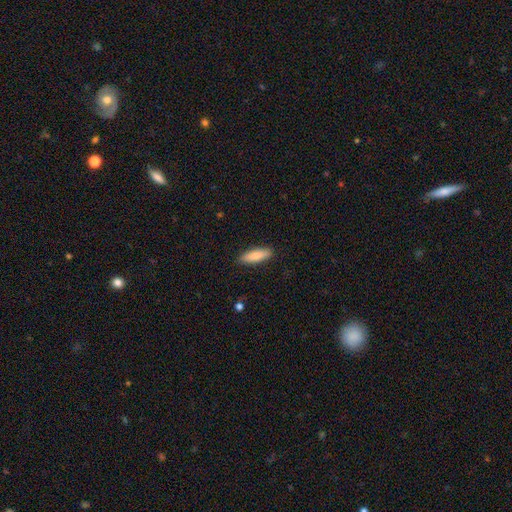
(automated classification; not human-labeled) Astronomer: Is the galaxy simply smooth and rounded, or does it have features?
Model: smooth — 85%.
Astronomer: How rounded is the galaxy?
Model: cigar-shaped — 57% (runner-up: in between, 42%).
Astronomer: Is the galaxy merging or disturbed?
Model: none — 89%.